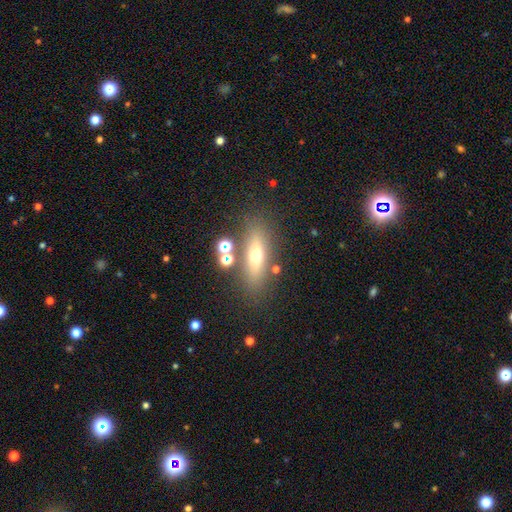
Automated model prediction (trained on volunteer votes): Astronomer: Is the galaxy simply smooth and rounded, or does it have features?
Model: smooth — 51% (runner-up: featured or disk, 36%).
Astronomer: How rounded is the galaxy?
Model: in between — 47% (runner-up: cigar-shaped, 46%).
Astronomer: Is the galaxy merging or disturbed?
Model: none — 77%.